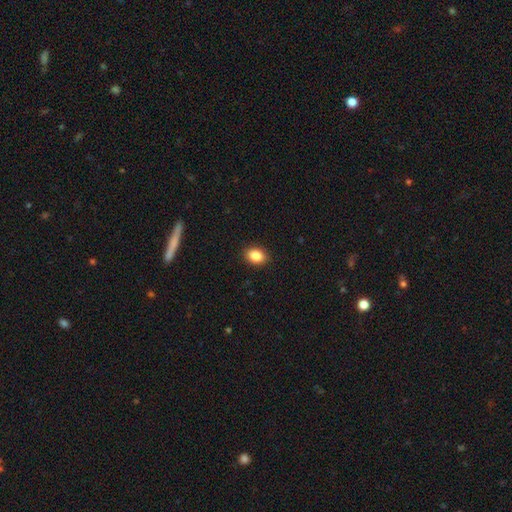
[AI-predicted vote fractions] A smooth galaxy with no disk features (87%) that is in between round and cigar-shaped (71%).

Vote fractions:
- Smooth or featured? smooth: 87% / star or artifact: 9% / featured or disk: 4%
- How rounded? in between: 71% / round: 28% / cigar-shaped: 1%
- Merging? none: 90% / minor disturbance: 7% / major disturbance: 2% / merger: 1%